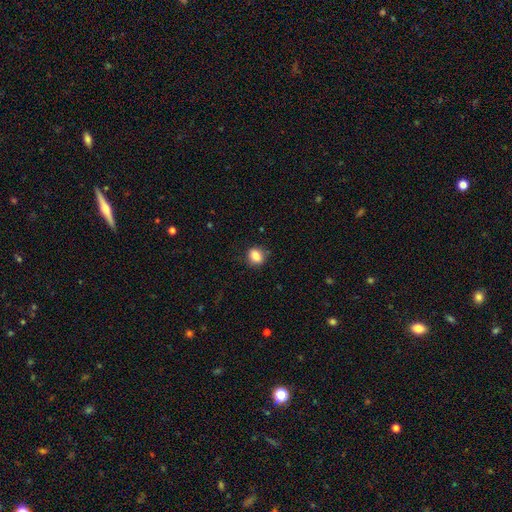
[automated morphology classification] Smooth or featured: smooth — 85% (star or artifact — 9%)
How rounded: in between — 57% (round — 42%)
Merging: none — 81% (minor disturbance — 14%)